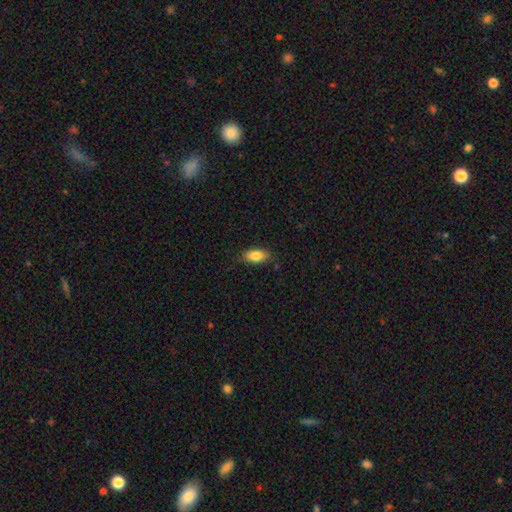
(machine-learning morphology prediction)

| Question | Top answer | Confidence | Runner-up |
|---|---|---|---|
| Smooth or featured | smooth | 85% | featured or disk (8%) |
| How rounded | in between | 89% | cigar-shaped (7%) |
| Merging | none | 82% | minor disturbance (14%) |